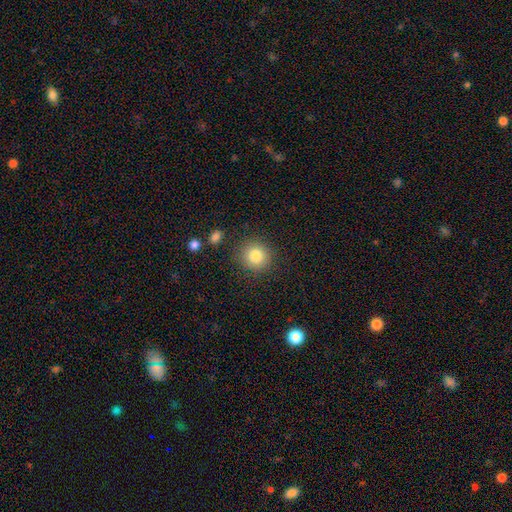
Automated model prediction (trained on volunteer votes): Smooth or featured?
  - smooth: 82% *
  - star or artifact: 10%
  - featured or disk: 7%
How rounded?
  - round: 89% *
  - in between: 10%
  - cigar-shaped: 1%
Merging?
  - none: 87% *
  - minor disturbance: 8%
  - major disturbance: 3%
  - merger: 2%